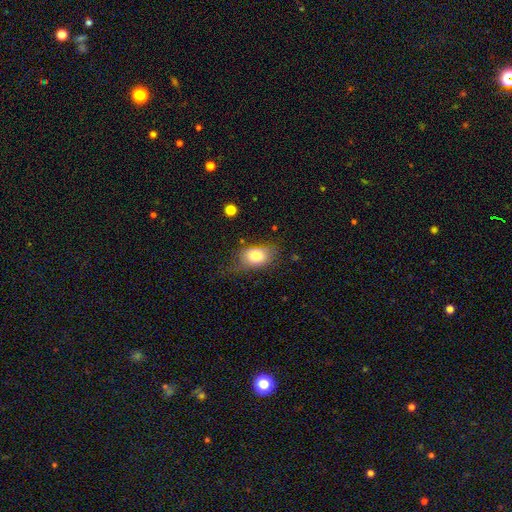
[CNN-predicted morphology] This is likely a smooth galaxy (78%). How rounded: likely in between (77%). Merging: possibly none (55%).